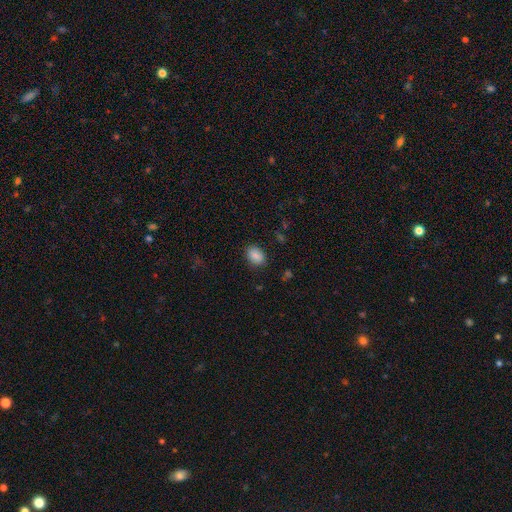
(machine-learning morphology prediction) Smooth or featured? Predicted: smooth (p=0.87). How rounded? Predicted: in between (p=0.75). Merging? Predicted: none (p=0.85).